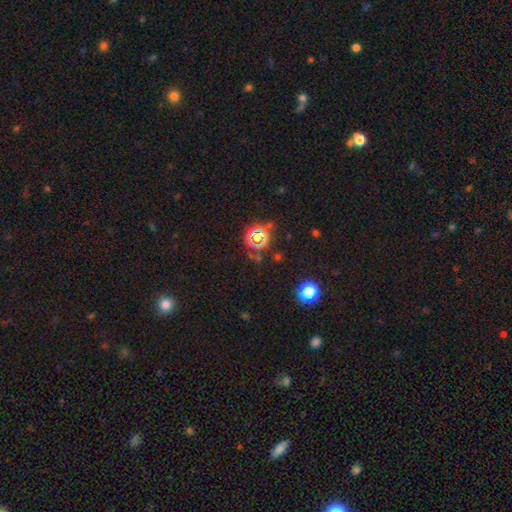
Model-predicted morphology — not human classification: This is likely a star or artifact rather than a galaxy (68%).